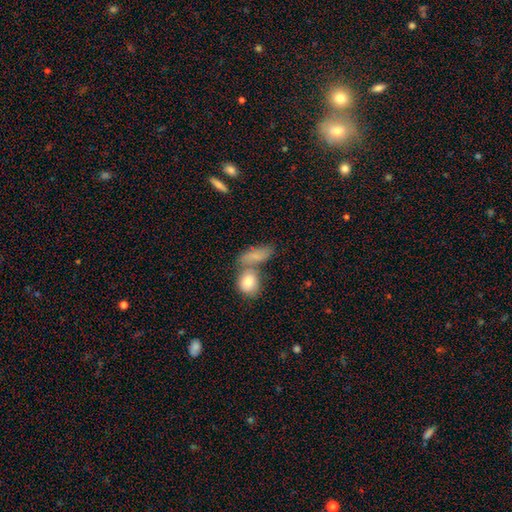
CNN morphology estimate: Smooth or featured? Predicted: smooth (p=0.77). How rounded? Predicted: in between (p=0.68). Merging? Predicted: merger (p=0.42).